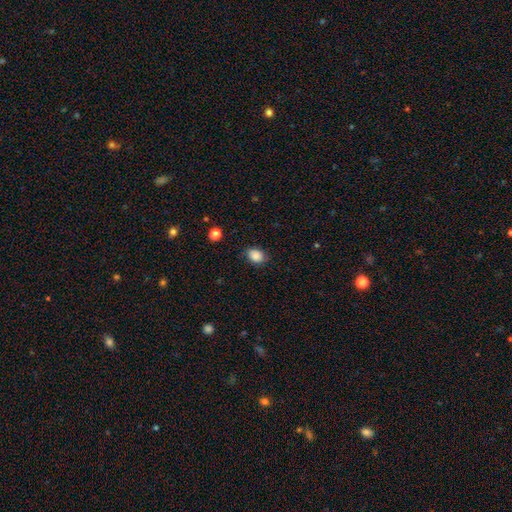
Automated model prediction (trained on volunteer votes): Smooth or featured?
  - smooth: 86% *
  - star or artifact: 9%
  - featured or disk: 5%
How rounded?
  - in between: 65% *
  - round: 34%
  - cigar-shaped: 1%
Merging?
  - none: 79% *
  - minor disturbance: 16%
  - major disturbance: 3%
  - merger: 1%